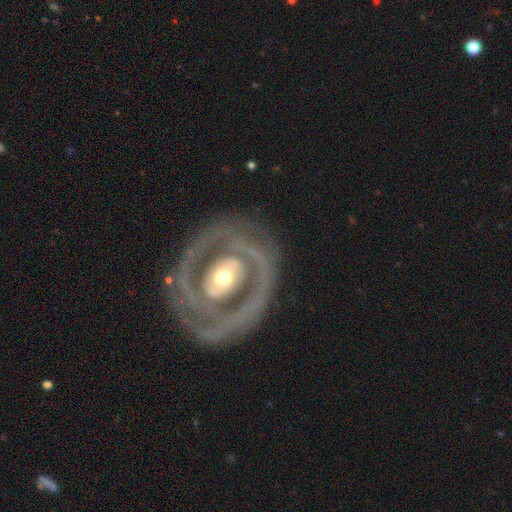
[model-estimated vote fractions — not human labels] smooth_or_featured: featured or disk (p=0.84) [alt: smooth p=0.11]
disk_edge_on: no (p=0.95) [alt: yes p=0.05]
bar: no (p=0.46) [alt: strong p=0.28]
has_spiral_arms: yes (p=0.69) [alt: no p=0.31]
spiral_winding: tight (p=0.64) [alt: medium p=0.26]
spiral_arm_count: 2 (p=0.56) [alt: can't tell p=0.19]
bulge_size: moderate (p=0.59) [alt: small p=0.31]
merging: none (p=0.75) [alt: minor disturbance p=0.15]